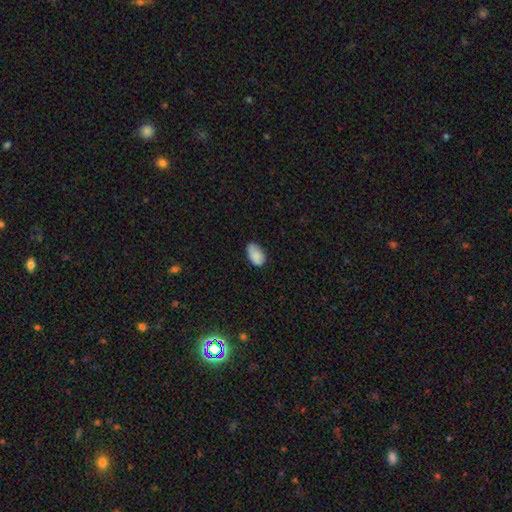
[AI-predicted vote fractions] Smooth or featured? smooth (87%)
How rounded? in between (92%)
Merging? none (66%)